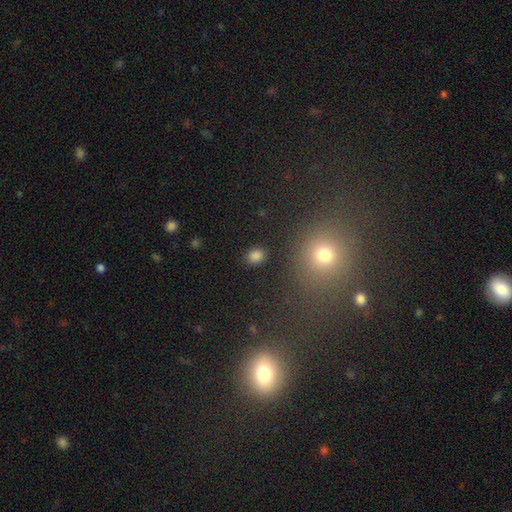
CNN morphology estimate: smooth-or-featured: smooth: 84% | star or artifact: 12% | featured or disk: 4%
  how-rounded: round: 53% | in between: 46% | cigar-shaped: 1%
  merging: none: 88% | minor disturbance: 8% | major disturbance: 3% | merger: 2%